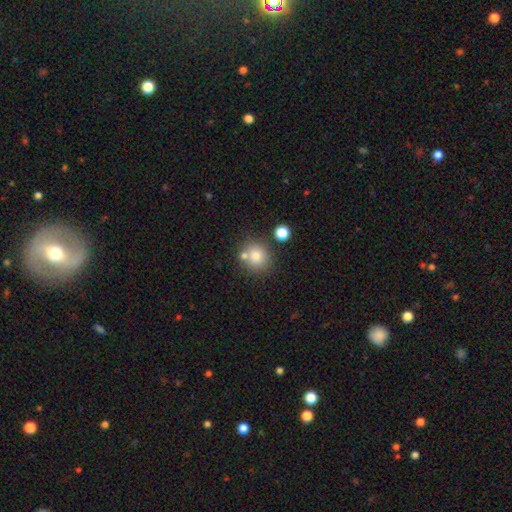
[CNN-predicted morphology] smooth_or_featured: smooth (p=0.78) [alt: star or artifact p=0.11]
how_rounded: round (p=0.86) [alt: in between p=0.13]
merging: none (p=0.69) [alt: merger p=0.17]